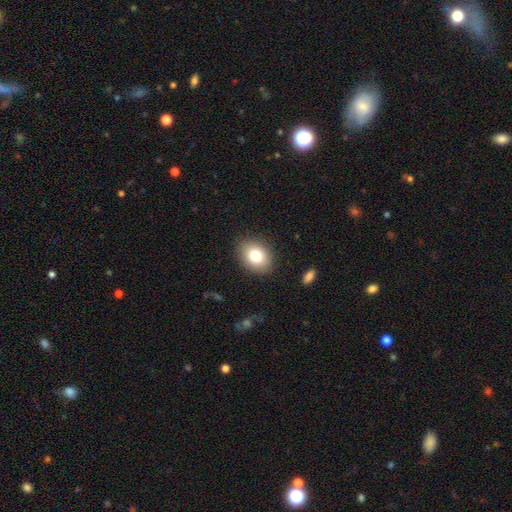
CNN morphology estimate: smooth 81%, featured or disk 10%, star or artifact 9%. Down the decision tree: how rounded — in between (66%); merging — none (87%).